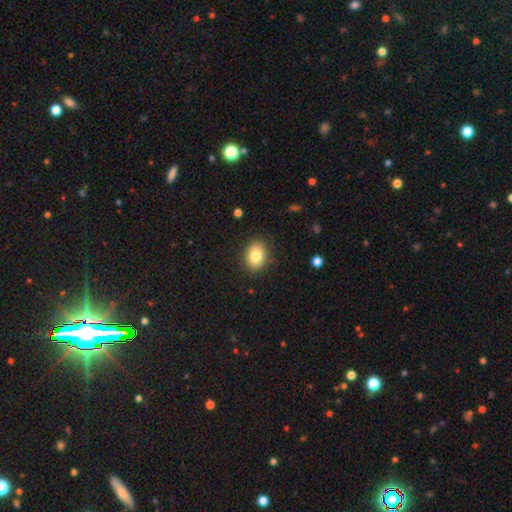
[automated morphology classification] A smooth galaxy with no disk features (82%) that is in between round and cigar-shaped (65%). Merging: none (87%).